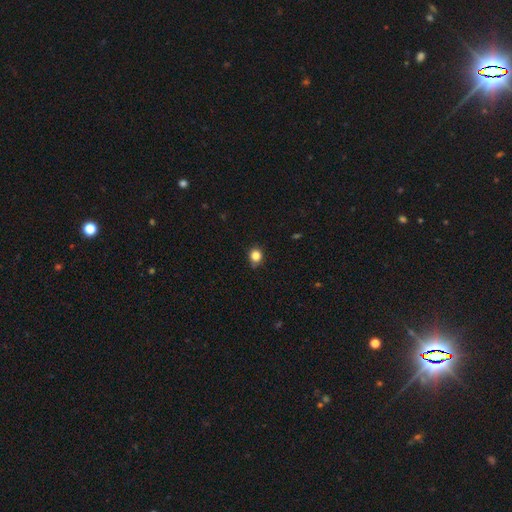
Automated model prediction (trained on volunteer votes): This is clearly a smooth galaxy (83%). How rounded: likely round (78%). Merging: likely none (78%).